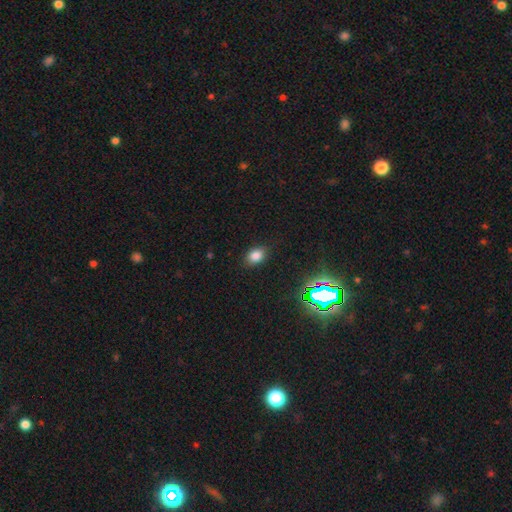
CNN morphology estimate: This is likely a smooth galaxy (79%). How rounded: likely in between (70%). Merging: clearly none (86%).